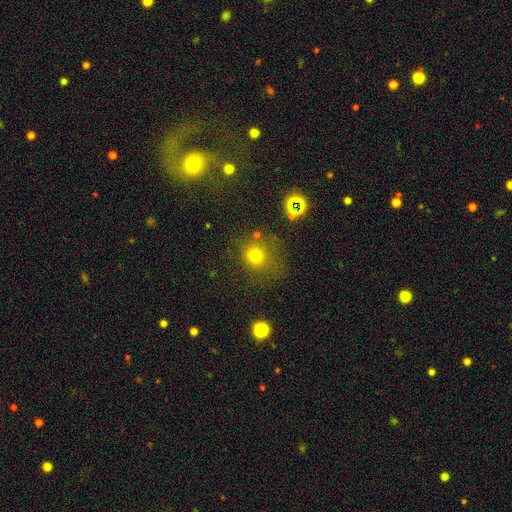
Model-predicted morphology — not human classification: A smooth galaxy with no disk features (70%) that is round (85%).

Vote fractions:
- Smooth or featured? smooth: 70% / star or artifact: 21% / featured or disk: 9%
- How rounded? round: 85% / in between: 14% / cigar-shaped: 1%
- Merging? none: 70% / minor disturbance: 14% / major disturbance: 9% / merger: 7%